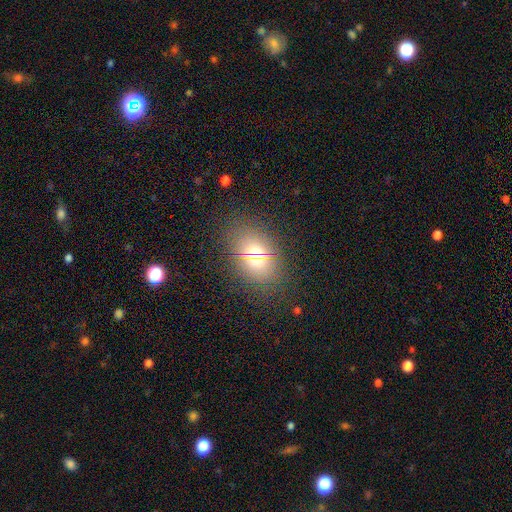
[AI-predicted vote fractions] smooth-or-featured: smooth: 62% | star or artifact: 23% | featured or disk: 15%
  how-rounded: in between: 60% | round: 38% | cigar-shaped: 2%
  merging: none: 84% | minor disturbance: 10% | major disturbance: 5% | merger: 2%